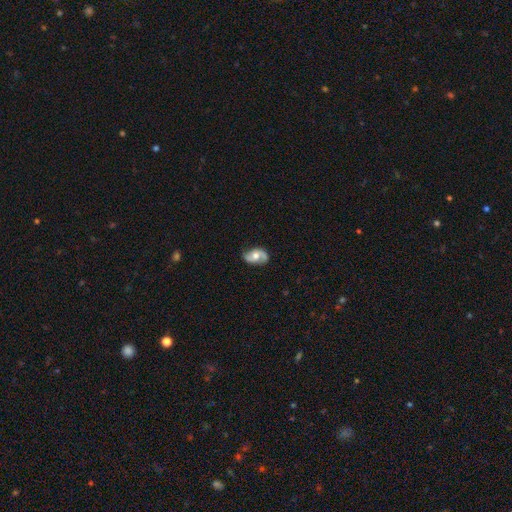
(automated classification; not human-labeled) smooth-or-featured: featured or disk: 70% | smooth: 24% | star or artifact: 6%
  disk-edge-on: no: 96% | yes: 4%
    bar: no: 67% | weak: 27% | strong: 6%
    has-spiral-arms: yes: 89% | no: 11%
      spiral-winding: medium: 41% | loose: 38% | tight: 21%
      spiral-arm-count: 2: 88% | can't tell: 5% | 1: 4% | 3: 1% | 4: 1% | more than 4: 1%
    bulge-size: moderate: 72% | small: 13% | large: 12% | none: 2% | dominant: 1%
  merging: none: 74% | minor disturbance: 19% | major disturbance: 5% | merger: 1%